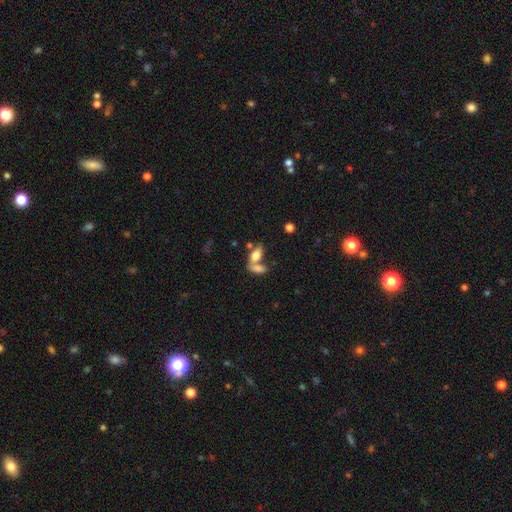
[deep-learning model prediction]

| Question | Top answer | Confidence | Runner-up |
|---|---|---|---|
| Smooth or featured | smooth | 75% | featured or disk (16%) |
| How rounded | in between | 85% | cigar-shaped (9%) |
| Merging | merger | 54% | none (32%) |